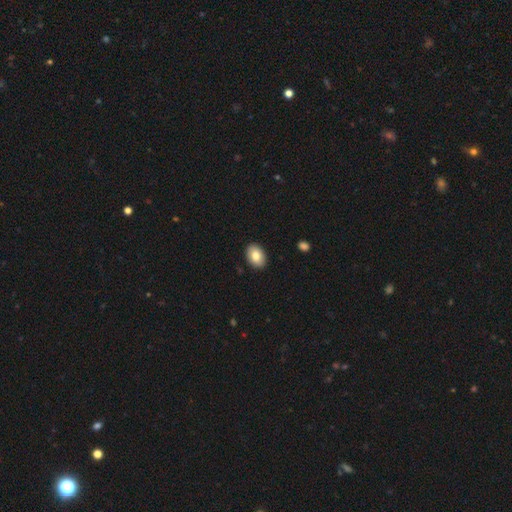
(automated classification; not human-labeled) smooth 82%, featured or disk 11%, star or artifact 7%. Down the decision tree: how rounded — in between (80%); merging — none (90%).